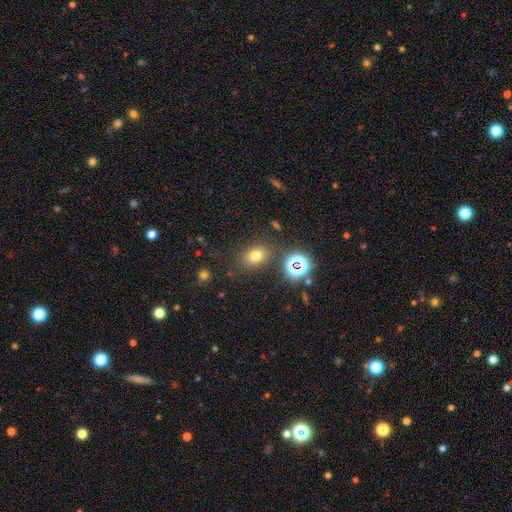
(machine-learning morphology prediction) type=smooth (70%); roundness=in between (62%); merging=none (79%).